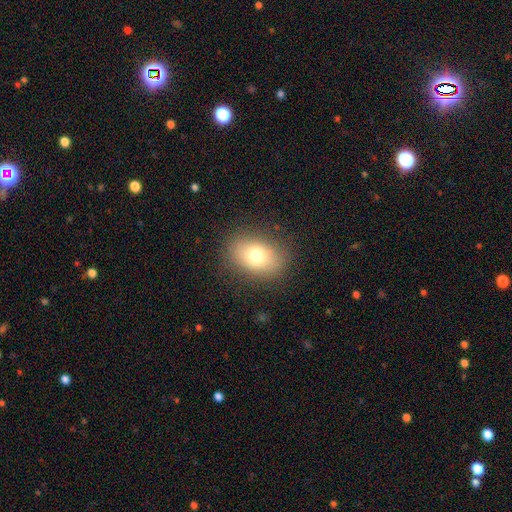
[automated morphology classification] Q: Smooth or featured?
A: smooth (76%); runner-up: featured or disk (14%)
Q: How rounded?
A: in between (76%); runner-up: round (23%)
Q: Merging?
A: none (85%); runner-up: minor disturbance (11%)